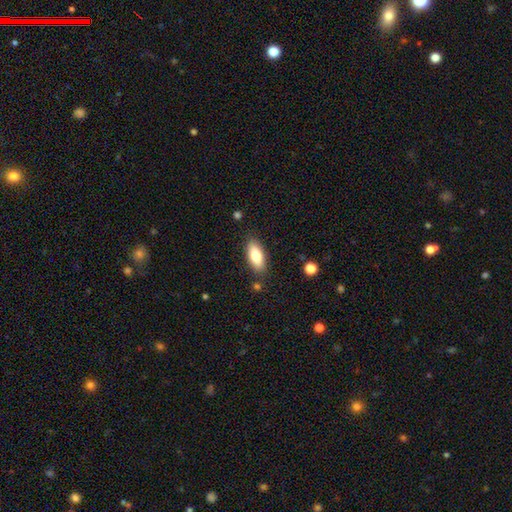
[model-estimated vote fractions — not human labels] Smooth or featured?
  - smooth: 80% *
  - featured or disk: 13%
  - star or artifact: 6%
How rounded?
  - in between: 80% *
  - cigar-shaped: 18%
  - round: 2%
Merging?
  - none: 85% *
  - minor disturbance: 10%
  - major disturbance: 2%
  - merger: 2%